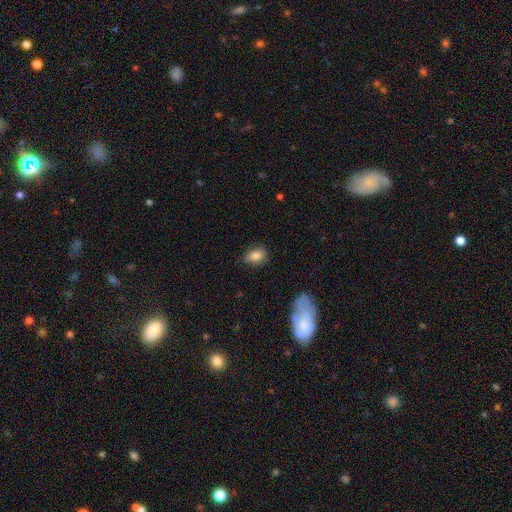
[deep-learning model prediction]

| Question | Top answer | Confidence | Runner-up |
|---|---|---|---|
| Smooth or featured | smooth | 83% | star or artifact (9%) |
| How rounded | in between | 85% | round (12%) |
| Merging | none | 74% | minor disturbance (20%) |